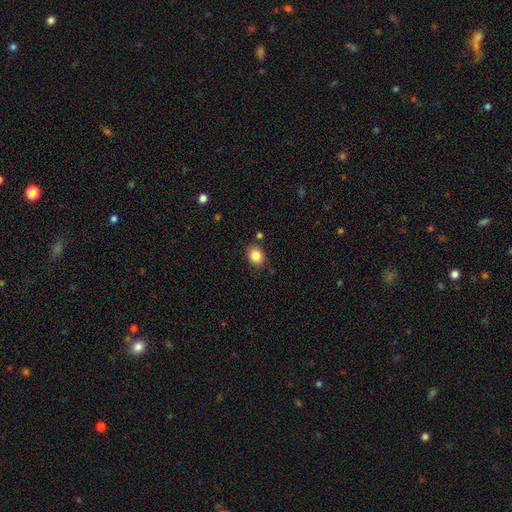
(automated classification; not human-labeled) Morphology: type=smooth (85%); roundness=round (51%); merging=none (81%).